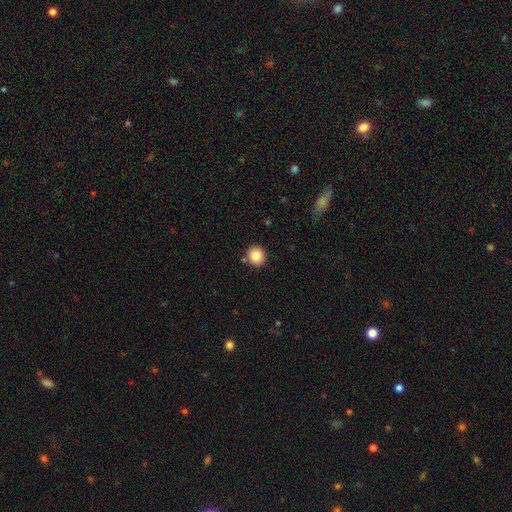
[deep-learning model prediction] Overall: smooth (84%). How rounded: round (88%). Merging: none (86%).